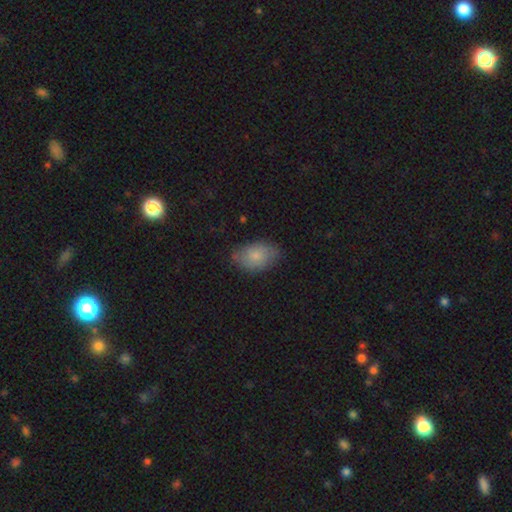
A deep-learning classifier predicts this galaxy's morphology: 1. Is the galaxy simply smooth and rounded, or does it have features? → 79% smooth, 14% featured or disk, 7% star or artifact.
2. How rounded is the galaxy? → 89% in between, 9% round, 1% cigar-shaped.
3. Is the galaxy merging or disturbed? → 74% none, 20% minor disturbance, 4% major disturbance, 1% merger.